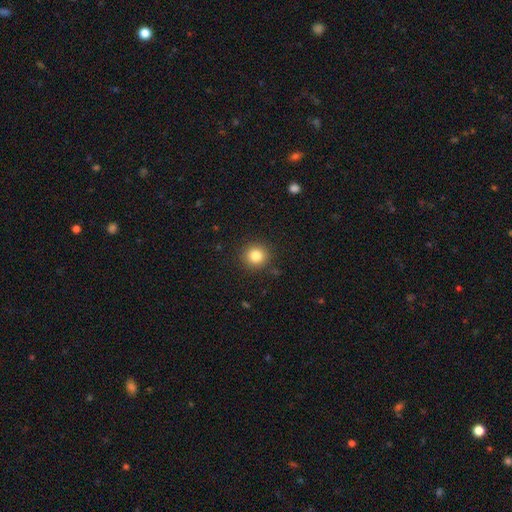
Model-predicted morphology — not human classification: type=smooth (83%); roundness=round (93%); merging=none (89%).